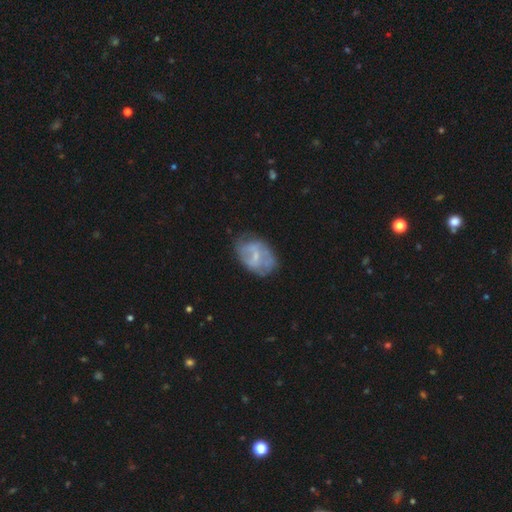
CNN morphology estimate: Overall: featured or disk (60%; smooth 33%). Edge-on disk: no (97%). Bar: weak (50%; no 35%). Spiral arms: yes (54%; no 46%). Bulge size: small (54%; moderate 24%). Merging: none (58%; minor disturbance 27%).